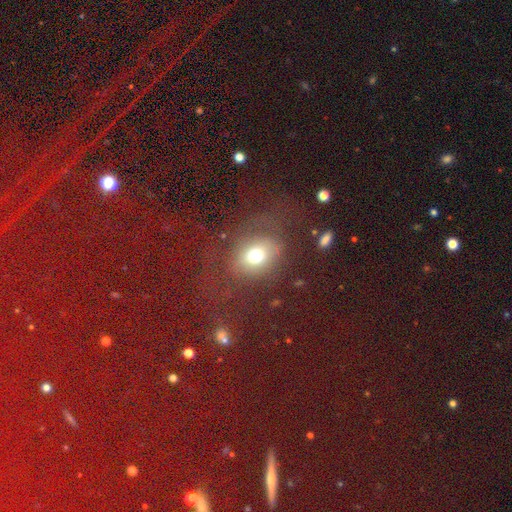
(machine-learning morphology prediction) Smooth or featured? smooth (66%)
How rounded? round (52%)
Merging? none (59%)